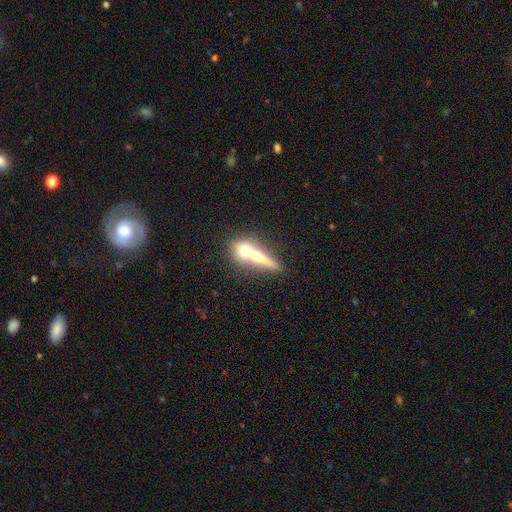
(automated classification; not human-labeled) Smooth or featured: smooth — 52% (featured or disk — 39%)
How rounded: cigar-shaped — 49% (in between — 28%)
Merging: merger — 54% (none — 32%)